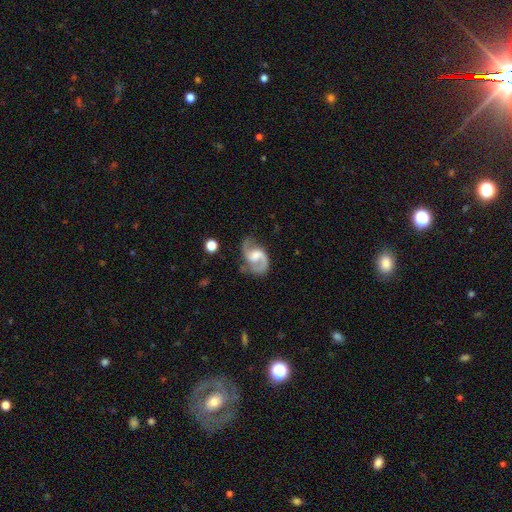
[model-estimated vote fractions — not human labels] Morphology: type=featured or disk (88%); edge-on=no (98%); bar=weak (51%); spiral arms=yes (97%); winding=medium (54%); arm count=2 (88%); bulge=moderate (47%); merging=none (67%).